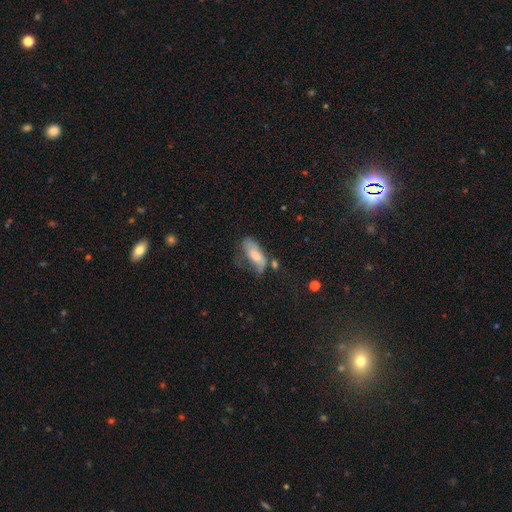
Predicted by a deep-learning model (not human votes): Smooth or featured? Predicted: smooth (p=0.67). How rounded? Predicted: in between (p=0.79). Merging? Predicted: none (p=0.34).